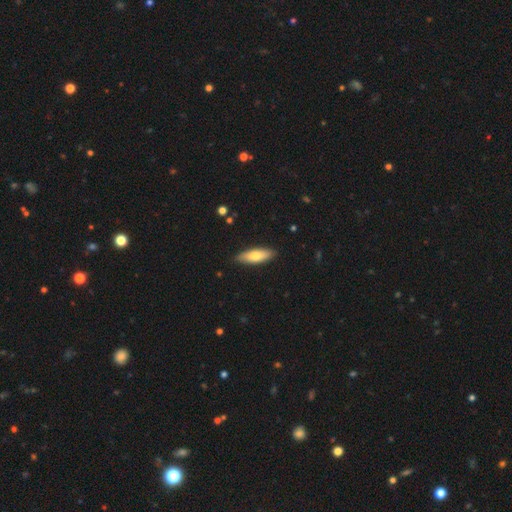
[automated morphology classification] The model was most divided on "how rounded": in between: 59%, cigar-shaped: 39%, round: 2%. More confident: merging — none (87%); smooth or featured — smooth (74%).